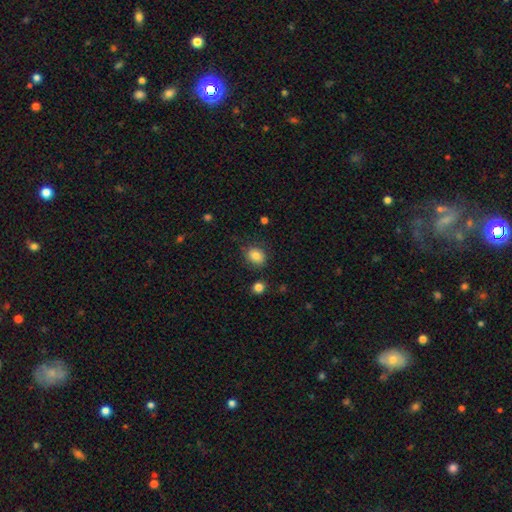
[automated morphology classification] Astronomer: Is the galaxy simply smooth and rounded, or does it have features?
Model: smooth — 83%.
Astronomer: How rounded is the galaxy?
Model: round — 54% (runner-up: in between, 45%).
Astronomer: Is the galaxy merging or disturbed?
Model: none — 78%.